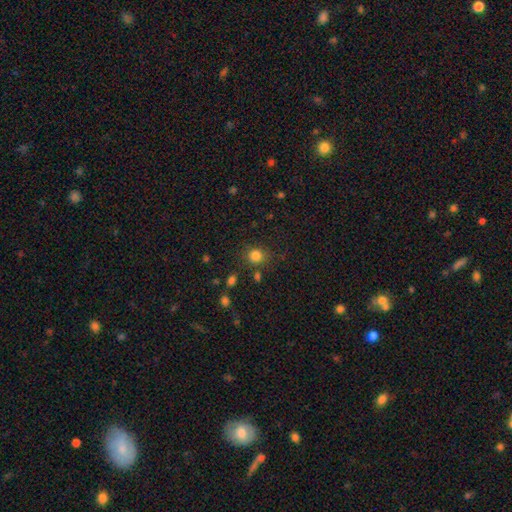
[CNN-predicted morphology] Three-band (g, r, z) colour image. It shows a smooth galaxy with no disk features (82%) that is round (81%). Merging: none (78%).